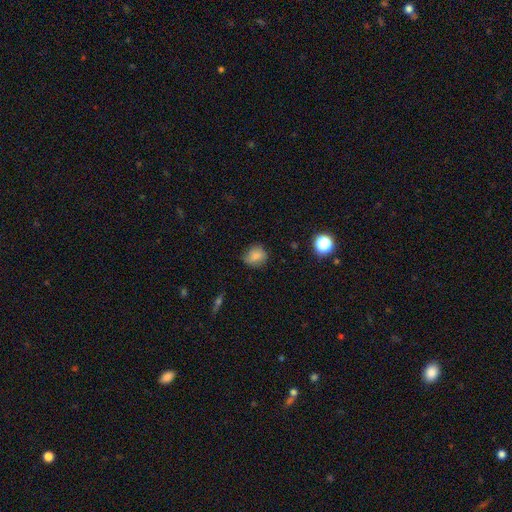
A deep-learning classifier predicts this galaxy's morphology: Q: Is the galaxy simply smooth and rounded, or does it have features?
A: smooth — 79%.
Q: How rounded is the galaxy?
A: round — 73%.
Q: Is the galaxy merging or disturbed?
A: none — 72%.